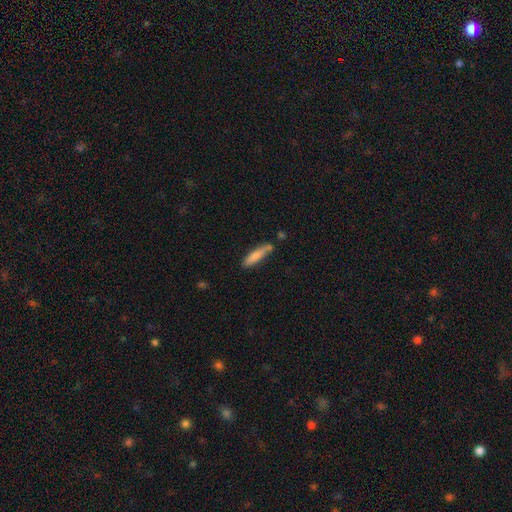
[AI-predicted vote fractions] Smooth or featured? Predicted: smooth (p=0.77). How rounded? Predicted: cigar-shaped (p=0.80). Merging? Predicted: none (p=0.66).